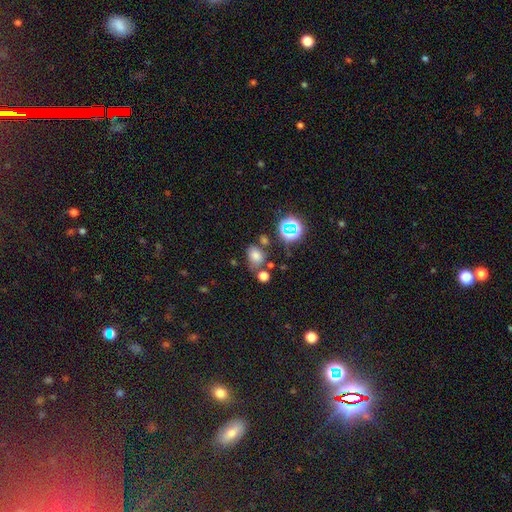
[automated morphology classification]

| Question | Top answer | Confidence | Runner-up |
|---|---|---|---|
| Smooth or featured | smooth | 70% | star or artifact (21%) |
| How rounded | in between | 64% | round (35%) |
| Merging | none | 60% | minor disturbance (18%) |